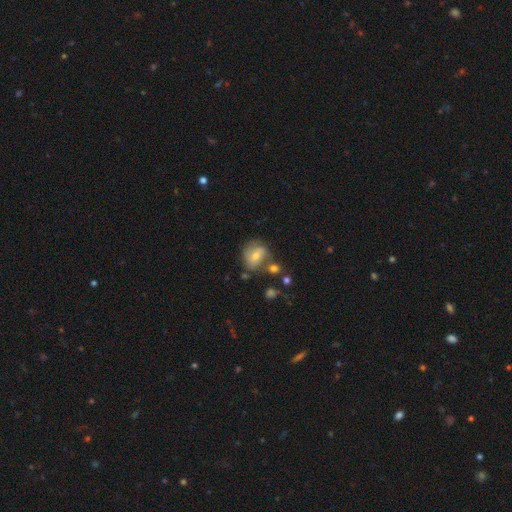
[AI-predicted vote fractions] This is possibly a smooth galaxy (47%). Merging: possibly none (55%).